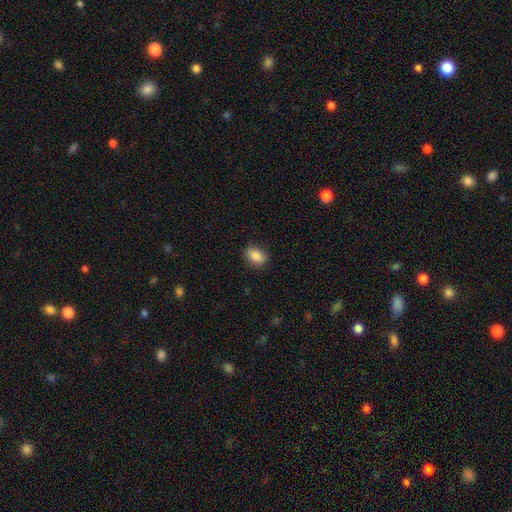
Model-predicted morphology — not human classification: Smooth or featured: smooth — 86% (star or artifact — 8%)
How rounded: in between — 75% (round — 23%)
Merging: none — 85% (minor disturbance — 12%)